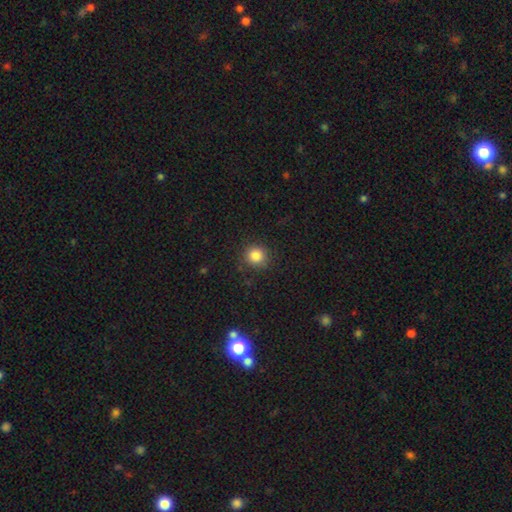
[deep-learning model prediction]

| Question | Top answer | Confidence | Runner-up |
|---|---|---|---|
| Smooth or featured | smooth | 84% | star or artifact (12%) |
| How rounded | round | 92% | in between (7%) |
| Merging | none | 88% | minor disturbance (8%) |